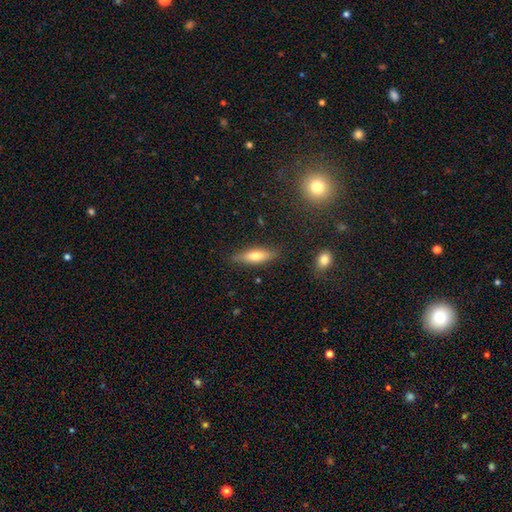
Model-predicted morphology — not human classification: smooth 61%, featured or disk 32%, star or artifact 7%. Down the decision tree: how rounded — cigar-shaped (54%); merging — none (84%).